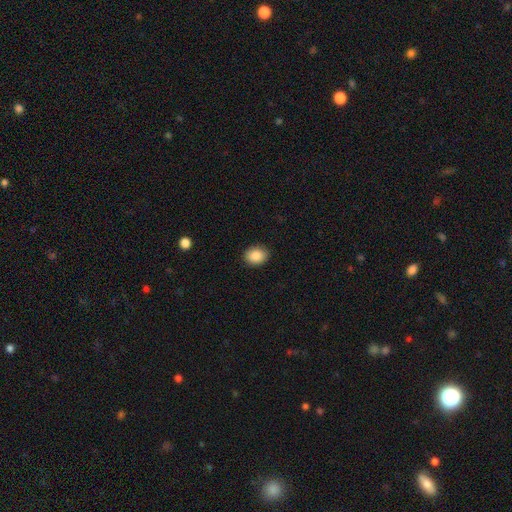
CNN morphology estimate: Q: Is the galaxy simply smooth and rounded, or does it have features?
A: smooth — 87%.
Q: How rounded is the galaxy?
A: in between — 52%.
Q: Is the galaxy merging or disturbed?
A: none — 89%.